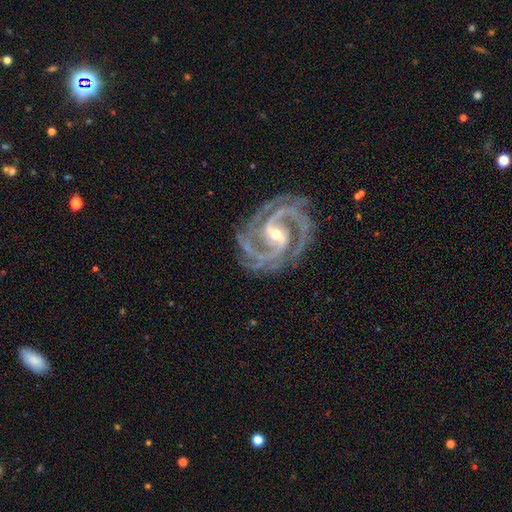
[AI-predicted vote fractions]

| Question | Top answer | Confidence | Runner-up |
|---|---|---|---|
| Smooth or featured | featured or disk | 93% | star or artifact (5%) |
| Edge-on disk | no | 97% | yes (3%) |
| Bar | weak | 37% | strong (36%) |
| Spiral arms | yes | 99% | no (1%) |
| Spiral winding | tight | 57% | medium (38%) |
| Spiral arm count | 2 | 41% | 3 (30%) |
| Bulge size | small | 54% | moderate (43%) |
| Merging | none | 80% | minor disturbance (14%) |